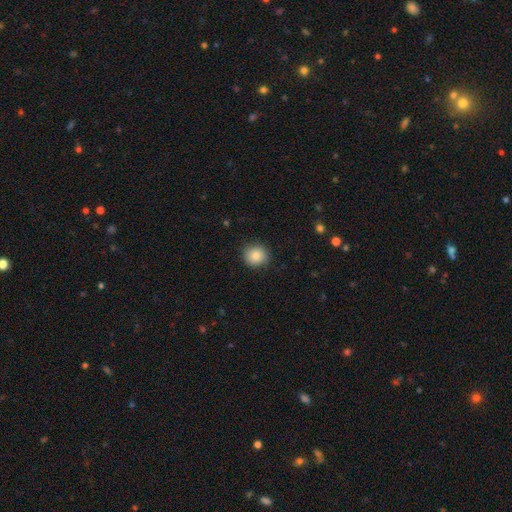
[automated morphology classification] Smooth or featured? smooth (86%)
How rounded? round (86%)
Merging? none (87%)